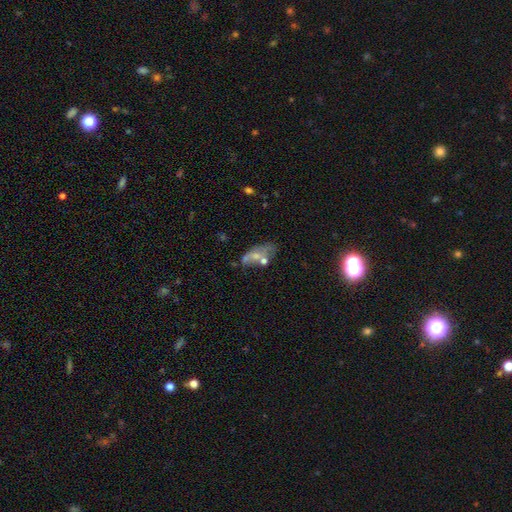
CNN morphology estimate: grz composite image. It shows a smooth galaxy with no disk features (45%). Merging: merger (28%, tied with none).